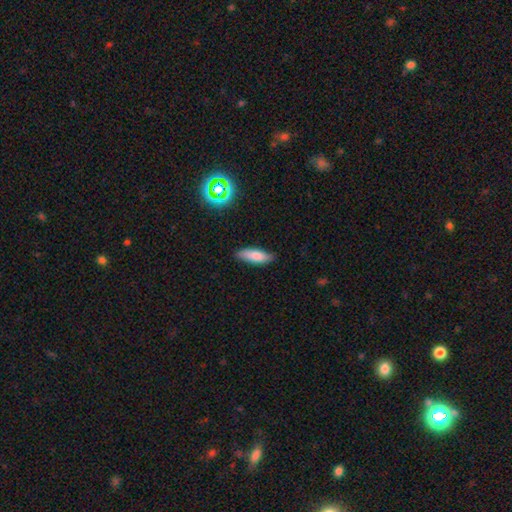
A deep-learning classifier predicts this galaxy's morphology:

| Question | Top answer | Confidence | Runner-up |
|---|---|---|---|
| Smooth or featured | smooth | 78% | featured or disk (14%) |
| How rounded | in between | 57% | cigar-shaped (41%) |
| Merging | none | 82% | minor disturbance (14%) |